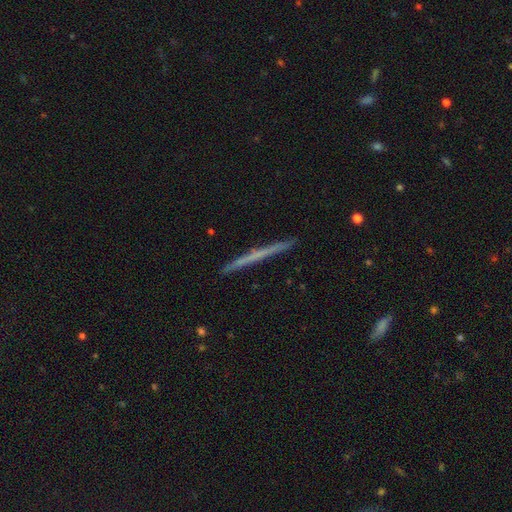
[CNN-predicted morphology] Overall: featured or disk (53%; smooth 42%). Edge-on disk: yes (98%). Edge-on bulge: none (91%). Merging: none (92%).